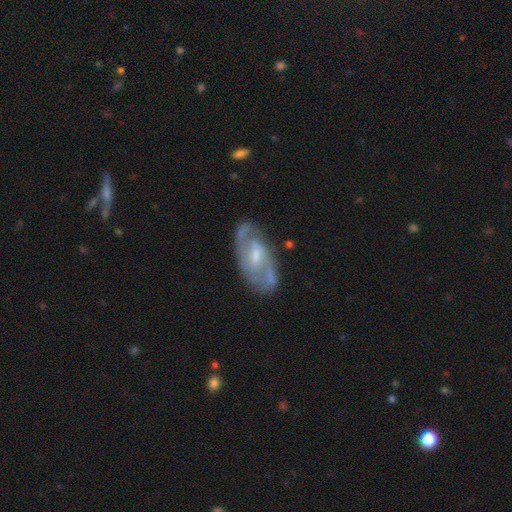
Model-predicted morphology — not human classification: smooth_or_featured: featured or disk (p=0.80) [alt: smooth p=0.15]
disk_edge_on: no (p=0.94) [alt: yes p=0.06]
bar: weak (p=0.54) [alt: no p=0.31]
has_spiral_arms: yes (p=0.87) [alt: no p=0.13]
spiral_winding: medium (p=0.48) [alt: tight p=0.34]
spiral_arm_count: 2 (p=0.73) [alt: can't tell p=0.16]
bulge_size: moderate (p=0.50) [alt: small p=0.41]
merging: none (p=0.74) [alt: minor disturbance p=0.18]